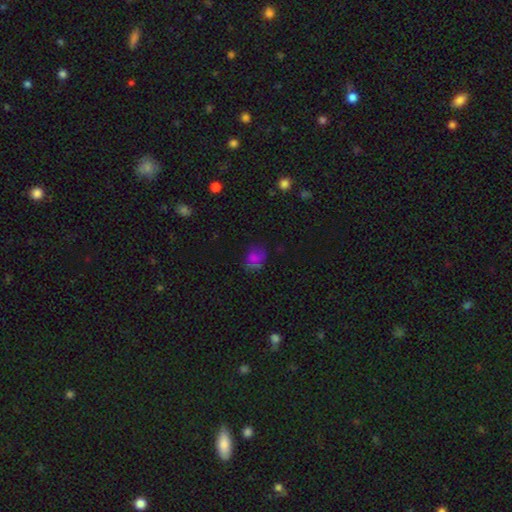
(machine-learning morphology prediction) Overall: smooth (63%; star or artifact 23%). How rounded: in between (50%; round 48%). Merging: none (62%; minor disturbance 24%).